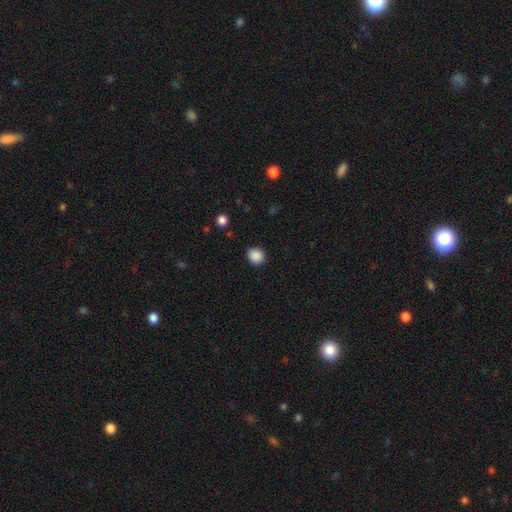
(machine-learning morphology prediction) smooth 88%, star or artifact 9%, featured or disk 3%. Down the decision tree: how rounded — round (87%); merging — none (90%).